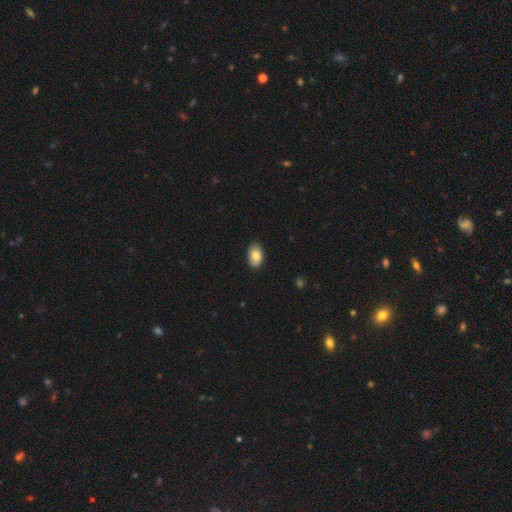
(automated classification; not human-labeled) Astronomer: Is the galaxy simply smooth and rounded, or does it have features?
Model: smooth — 83%.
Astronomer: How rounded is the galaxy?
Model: in between — 91%.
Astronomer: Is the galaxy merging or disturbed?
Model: none — 87%.